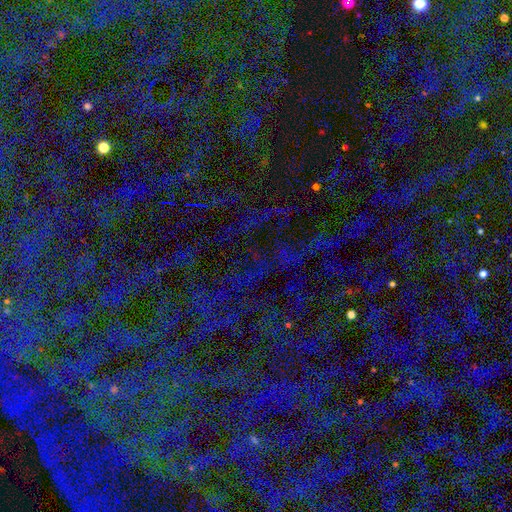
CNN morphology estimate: type=star or artifact (71%).